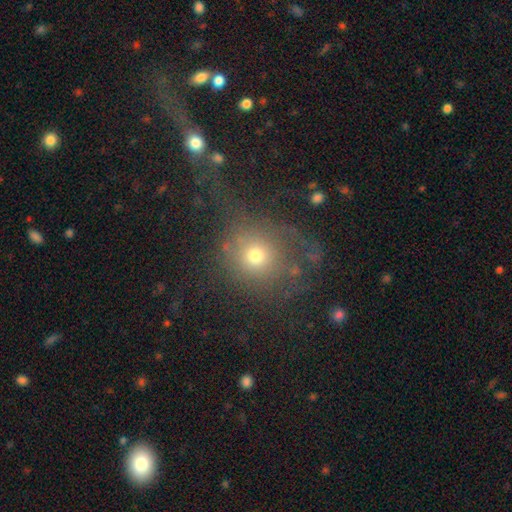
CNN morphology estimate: Smooth or featured? Predicted: smooth (p=0.63). How rounded? Predicted: round (p=0.85). Merging? Predicted: none (p=0.51).